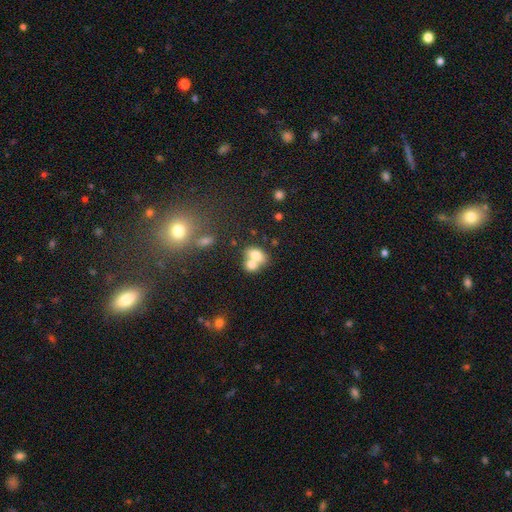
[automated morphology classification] This appears to be a smooth galaxy with no disk features (73%) that is in between round and cigar-shaped (76%). Merging: merger (63%).